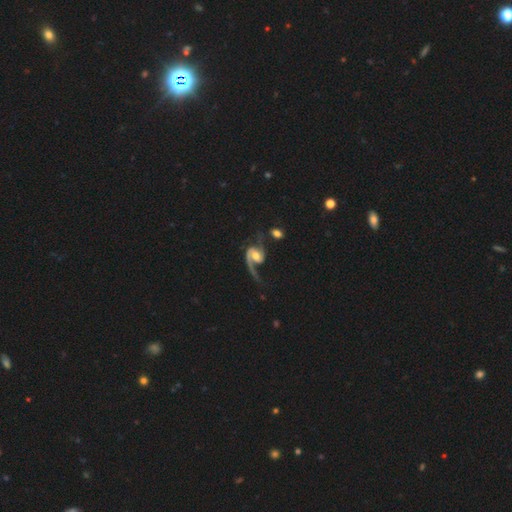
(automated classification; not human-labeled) Morphology: type=featured or disk (86%); edge-on=no (98%); bar=no (51%); spiral arms=yes (96%); winding=loose (53%); arm count=2 (59%); bulge=moderate (58%); merging=none (42%).